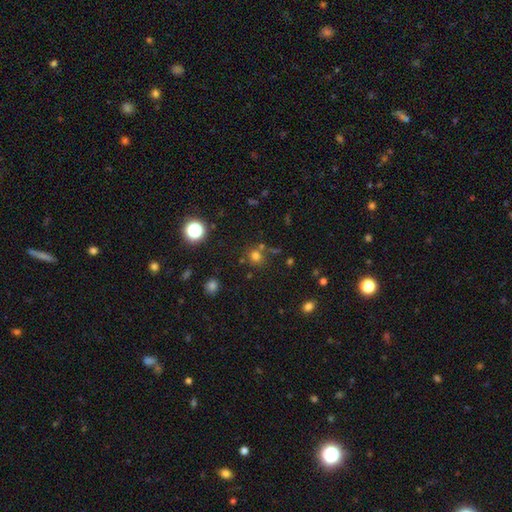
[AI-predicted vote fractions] Morphology: type=smooth (69%); roundness=round (87%); merging=none (70%).